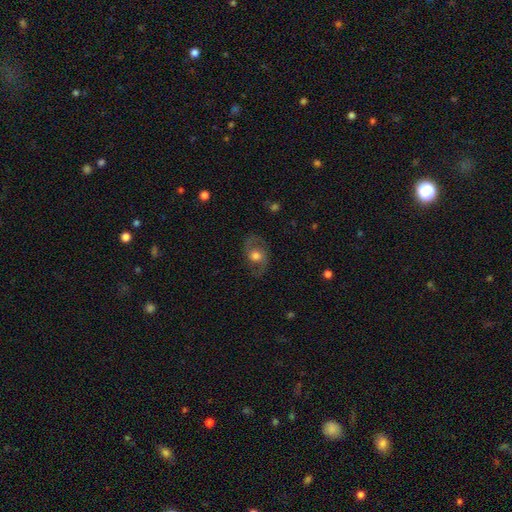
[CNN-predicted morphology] A featured or disk galaxy (56%) with no bar (70%), spiral arms (72%) and a moderate central bulge (60%).

Vote fractions:
- Smooth or featured? featured or disk: 56% / smooth: 35% / star or artifact: 9%
- Edge-on disk? no: 94% / yes: 6%
- Bar? no: 70% / weak: 24% / strong: 6%
- Spiral arms? yes: 72% / no: 28%
- Bulge size? moderate: 60% / large: 27% / small: 9% / dominant: 2% / none: 2%
- Merging? none: 73% / minor disturbance: 16% / major disturbance: 10% / merger: 1%